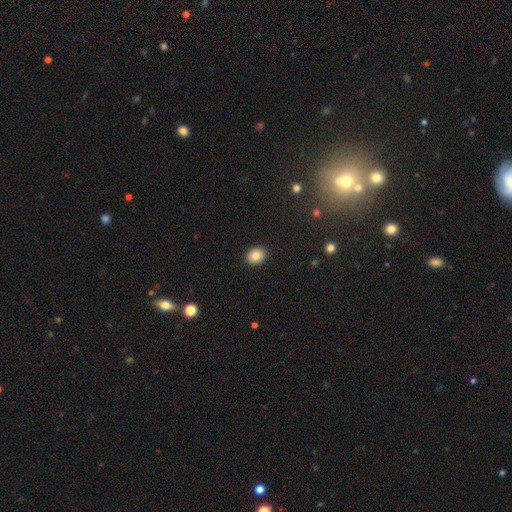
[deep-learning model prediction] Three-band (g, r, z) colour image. It shows a smooth galaxy with no disk features (85%) that is round (55%). Merging: none (91%).